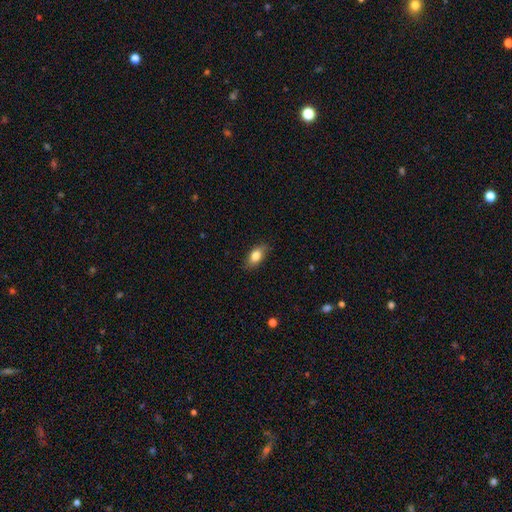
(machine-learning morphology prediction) Smooth or featured? Predicted: smooth (p=0.81). How rounded? Predicted: in between (p=0.86). Merging? Predicted: none (p=0.83).